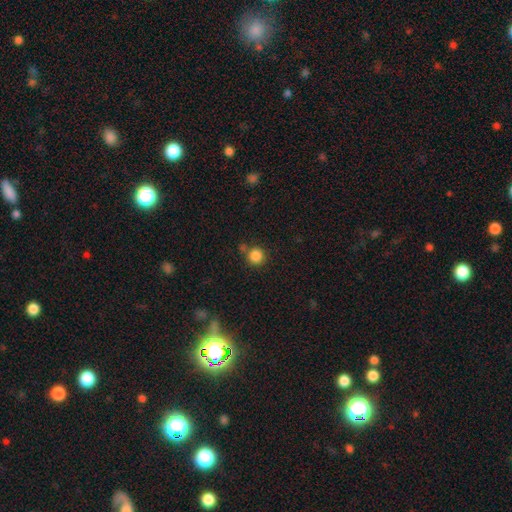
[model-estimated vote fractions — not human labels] This is clearly a smooth galaxy (85%). How rounded: clearly round (94%). Merging: likely none (76%).